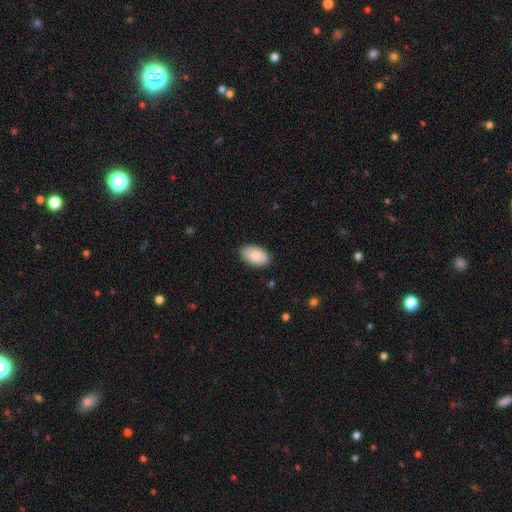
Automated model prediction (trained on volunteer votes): A smooth galaxy with no disk features (85%) that is in between round and cigar-shaped (94%).

Vote fractions:
- Smooth or featured? smooth: 85% / featured or disk: 9% / star or artifact: 6%
- How rounded? in between: 94% / round: 5% / cigar-shaped: 1%
- Merging? none: 86% / minor disturbance: 11% / major disturbance: 2% / merger: 1%